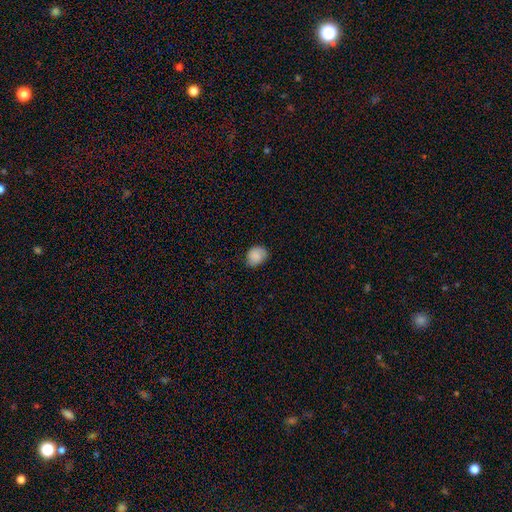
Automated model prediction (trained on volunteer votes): This is clearly a smooth galaxy (87%). How rounded: possibly round (50%). Merging: likely none (71%).